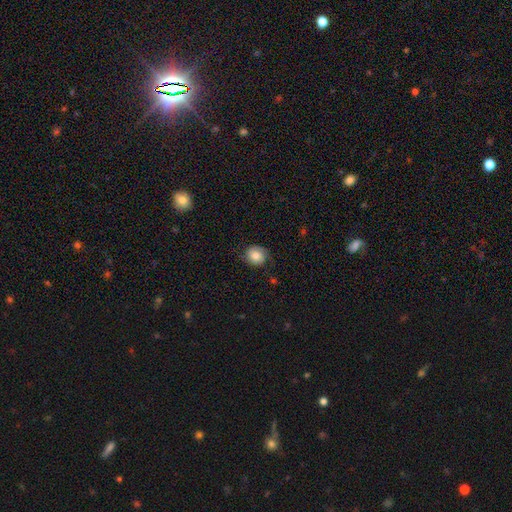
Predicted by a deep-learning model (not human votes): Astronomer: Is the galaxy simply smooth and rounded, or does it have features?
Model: smooth — 70%.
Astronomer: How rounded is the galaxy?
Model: round — 73%.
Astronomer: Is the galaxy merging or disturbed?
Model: none — 72%.